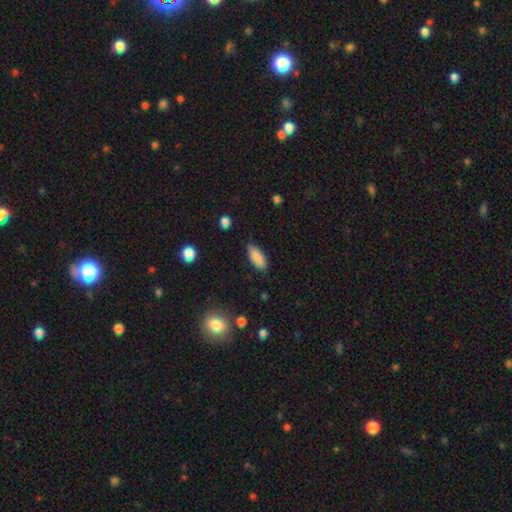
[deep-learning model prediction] A smooth galaxy with no disk features (88%) that is in between round and cigar-shaped (76%).

Vote fractions:
- Smooth or featured? smooth: 88% / star or artifact: 7% / featured or disk: 5%
- How rounded? in between: 76% / cigar-shaped: 22% / round: 2%
- Merging? none: 83% / minor disturbance: 13% / major disturbance: 3% / merger: 1%